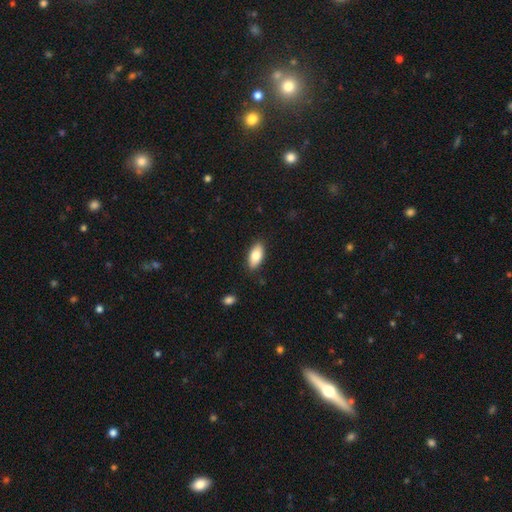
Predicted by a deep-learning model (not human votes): A smooth galaxy with no disk features (80%) that is in between round and cigar-shaped (89%). Merging: none (87%).